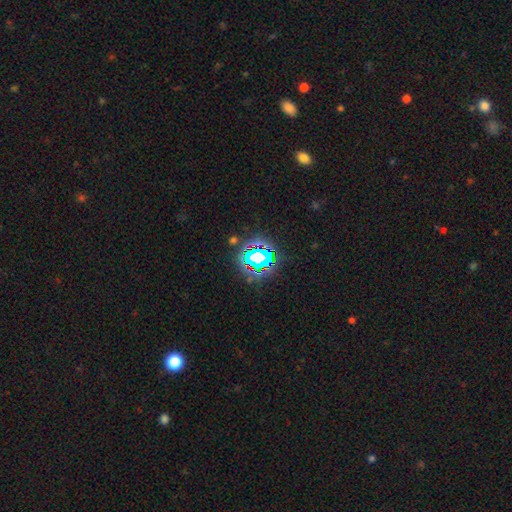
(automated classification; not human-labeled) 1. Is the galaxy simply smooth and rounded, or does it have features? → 74% star or artifact, 15% smooth, 11% featured or disk.